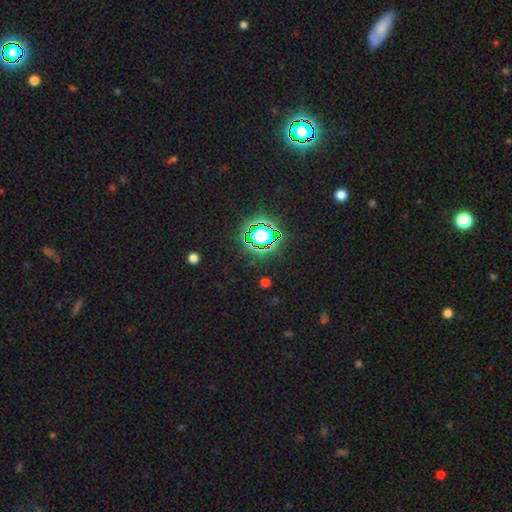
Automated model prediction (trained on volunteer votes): Smooth or featured: star or artifact — 80% (smooth — 12%)